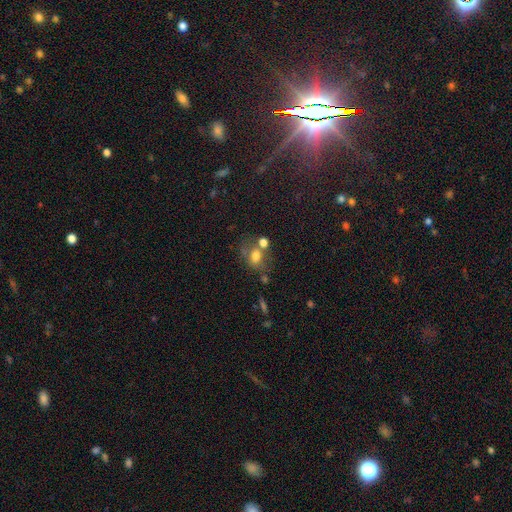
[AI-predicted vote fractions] Morphology: type=smooth (68%); roundness=in between (60%); merging=none (44%).